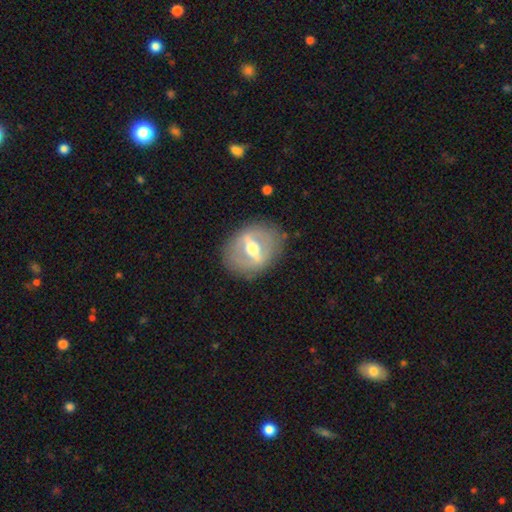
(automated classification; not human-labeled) Smooth or featured: featured or disk — 72% (smooth — 21%)
Edge-on disk: no — 78% (yes — 22%)
Bar: strong — 69% (weak — 23%)
Spiral arms: no — 81% (yes — 19%)
Bulge size: moderate — 71% (large — 14%)
Merging: none — 82% (minor disturbance — 11%)